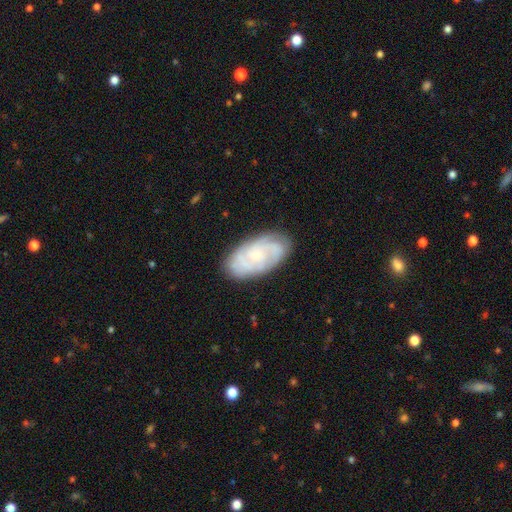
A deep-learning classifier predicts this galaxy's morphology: Overall: featured or disk (71%). Edge-on disk: no (95%). Bar: no (72%). Spiral arms: yes (93%). Spiral arm count: can't tell (33%; 3 24%). Spiral winding: tight (64%; medium 29%). Bulge size: small (65%). Merging: none (80%).